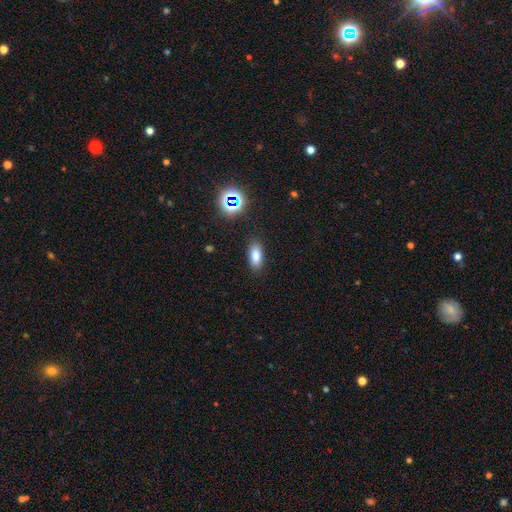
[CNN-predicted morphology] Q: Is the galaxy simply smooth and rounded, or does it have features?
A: smooth — 78%.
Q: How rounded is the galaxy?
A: in between — 82%.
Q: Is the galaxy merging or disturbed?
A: none — 86%.